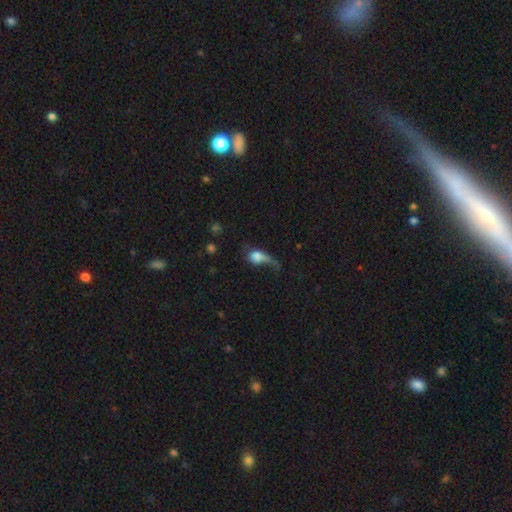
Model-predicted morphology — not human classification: Smooth or featured?
  - smooth: 64% *
  - featured or disk: 26%
  - star or artifact: 10%
How rounded?
  - in between: 55% *
  - round: 39%
  - cigar-shaped: 6%
Merging?
  - major disturbance: 53% *
  - none: 19%
  - minor disturbance: 19%
  - merger: 9%